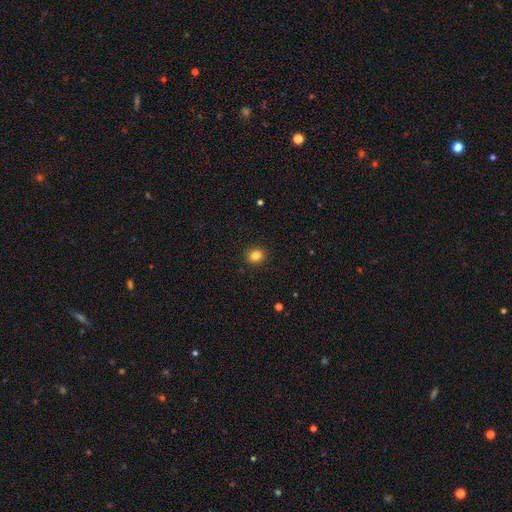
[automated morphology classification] smooth-or-featured: smooth: 84% | star or artifact: 11% | featured or disk: 5%
  how-rounded: round: 78% | in between: 21% | cigar-shaped: 1%
  merging: none: 92% | minor disturbance: 6% | major disturbance: 2% | merger: 1%